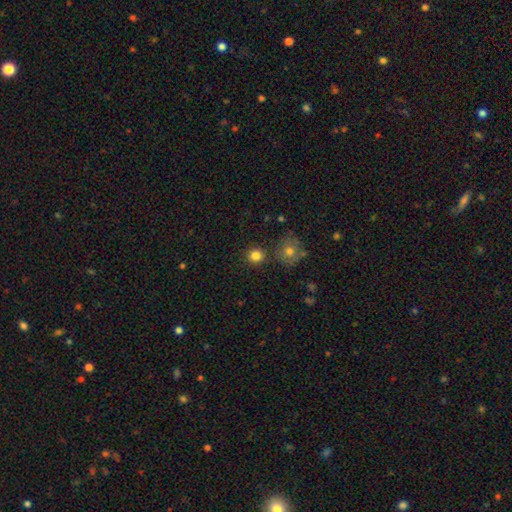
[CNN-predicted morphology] This appears to be a smooth galaxy with no disk features (83%) that is round (90%). Merging: none (83%).